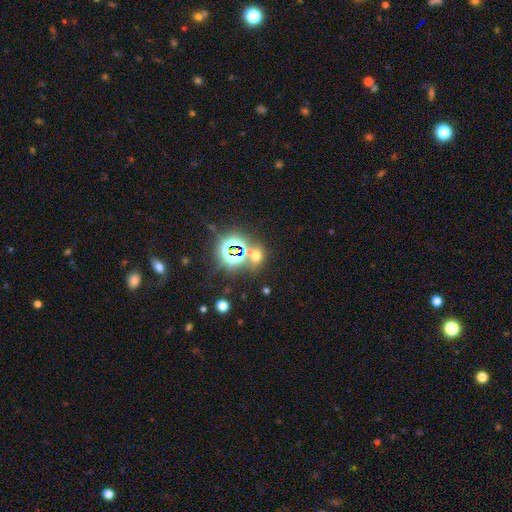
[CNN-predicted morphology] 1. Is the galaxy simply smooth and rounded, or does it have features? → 50% star or artifact, 40% smooth, 10% featured or disk.